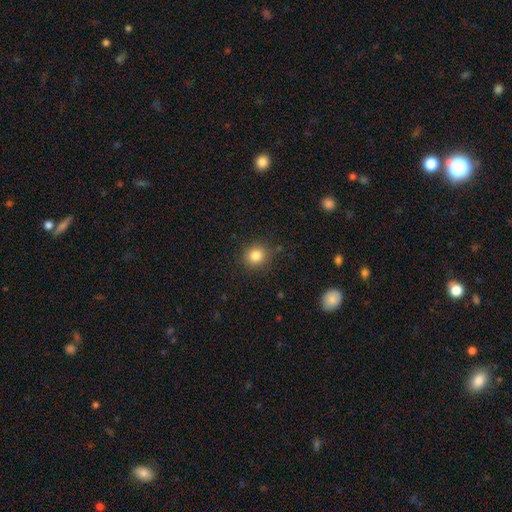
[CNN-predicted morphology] A smooth galaxy with no disk features (83%) that is round (85%).

Vote fractions:
- Smooth or featured? smooth: 83% / star or artifact: 11% / featured or disk: 6%
- How rounded? round: 85% / in between: 14% / cigar-shaped: 1%
- Merging? none: 85% / minor disturbance: 10% / major disturbance: 3% / merger: 1%